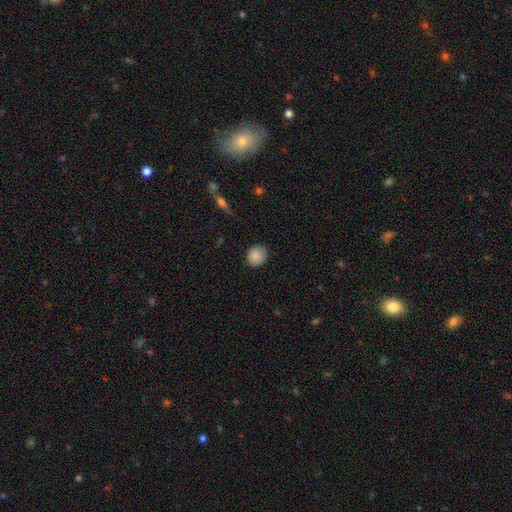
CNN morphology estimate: Smooth or featured? smooth (86%)
How rounded? round (84%)
Merging? none (84%)